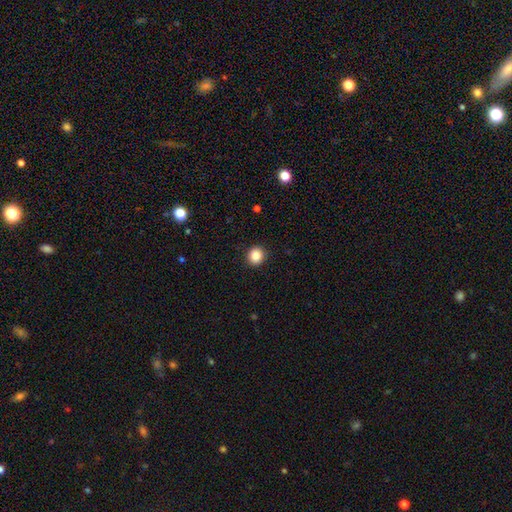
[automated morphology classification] Smooth or featured? Predicted: smooth (p=0.87). How rounded? Predicted: round (p=0.89). Merging? Predicted: none (p=0.92).